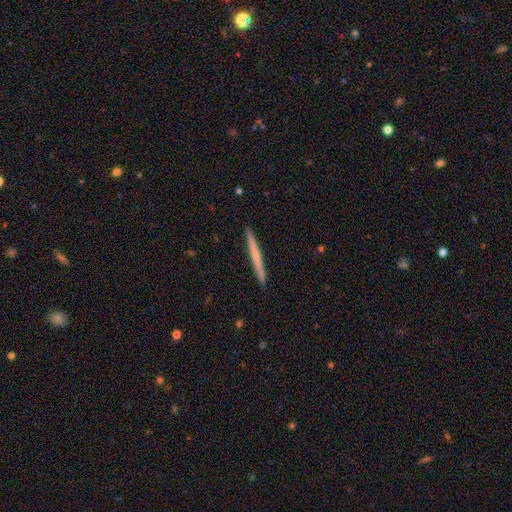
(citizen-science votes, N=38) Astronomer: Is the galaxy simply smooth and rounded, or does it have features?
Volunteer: featured or disk — 55% (runner-up: smooth, 42%).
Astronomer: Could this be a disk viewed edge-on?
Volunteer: yes — 100%.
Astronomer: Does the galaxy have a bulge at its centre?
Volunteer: none — 95%.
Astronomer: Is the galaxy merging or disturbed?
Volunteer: none — 95%.